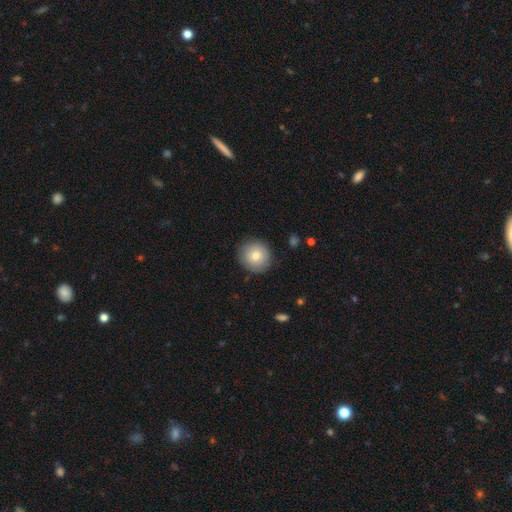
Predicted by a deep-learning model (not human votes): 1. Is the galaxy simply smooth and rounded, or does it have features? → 78% smooth, 14% featured or disk, 8% star or artifact.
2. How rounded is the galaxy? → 92% round, 7% in between, 1% cigar-shaped.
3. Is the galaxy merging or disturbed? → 87% none, 9% minor disturbance, 3% major disturbance, 1% merger.